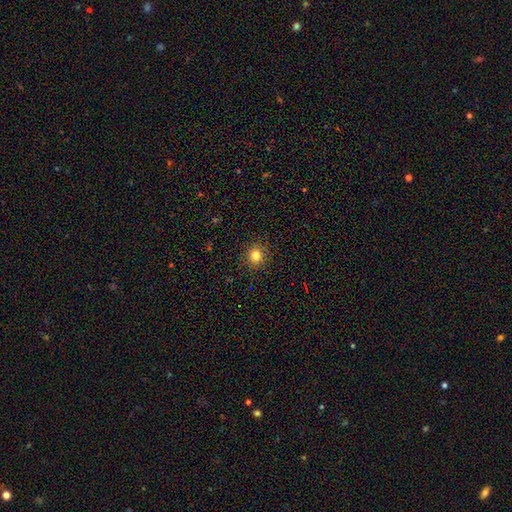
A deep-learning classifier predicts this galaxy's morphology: Smooth or featured: smooth — 80% (star or artifact — 14%)
How rounded: round — 90% (in between — 9%)
Merging: none — 91% (minor disturbance — 6%)